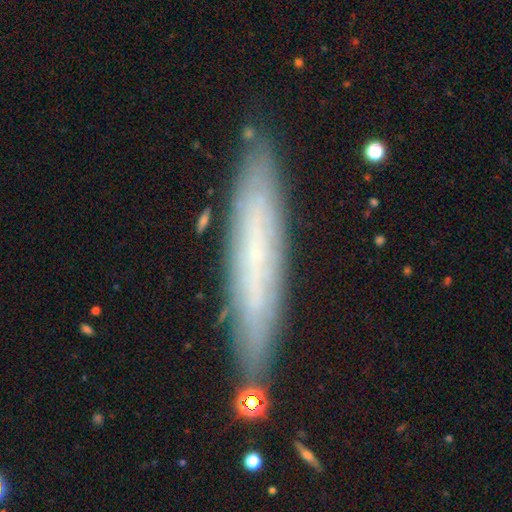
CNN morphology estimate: Smooth or featured?
  - featured or disk: 50% *
  - smooth: 40%
  - star or artifact: 9%
Edge-on disk?
  - yes: 74% *
  - no: 26%
Merging?
  - none: 86% *
  - minor disturbance: 10%
  - merger: 2%
  - major disturbance: 2%